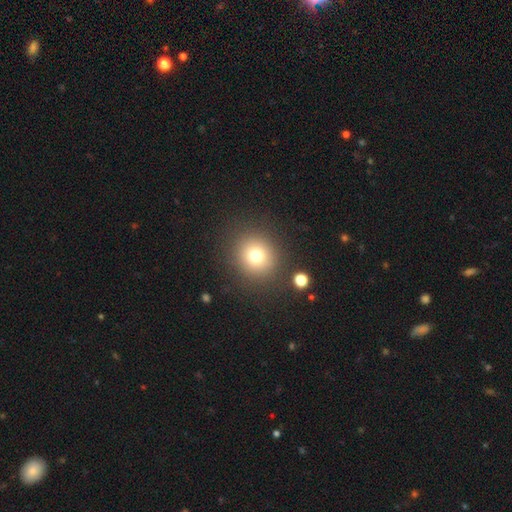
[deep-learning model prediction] This appears to be a smooth galaxy with no disk features (74%) that is round (87%). Merging: none (86%).